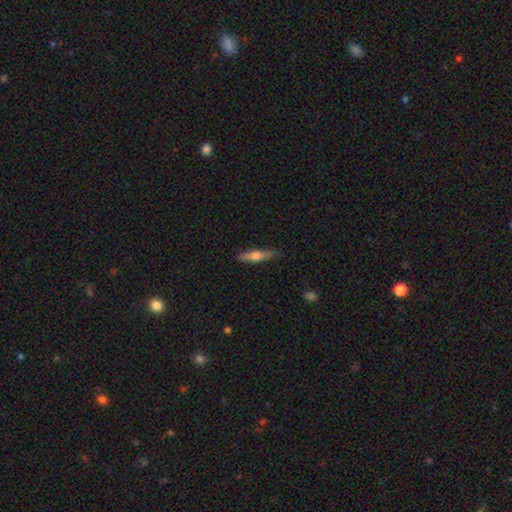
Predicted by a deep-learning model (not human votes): Morphology: type=smooth (50%); roundness=cigar-shaped (81%); merging=none (84%).